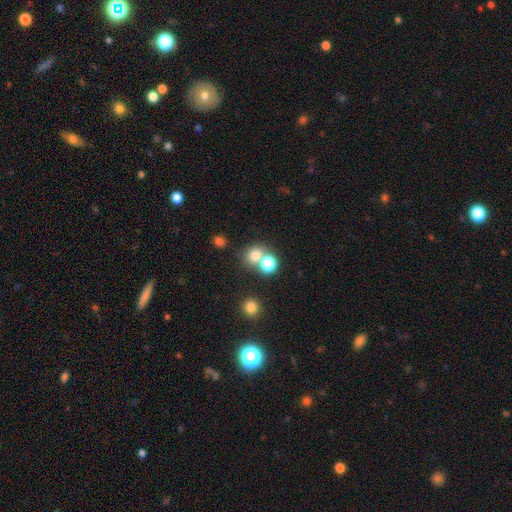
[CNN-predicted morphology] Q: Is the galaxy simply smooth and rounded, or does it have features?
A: smooth — 72%.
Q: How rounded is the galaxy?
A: round — 76%.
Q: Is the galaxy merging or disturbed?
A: none — 55%.